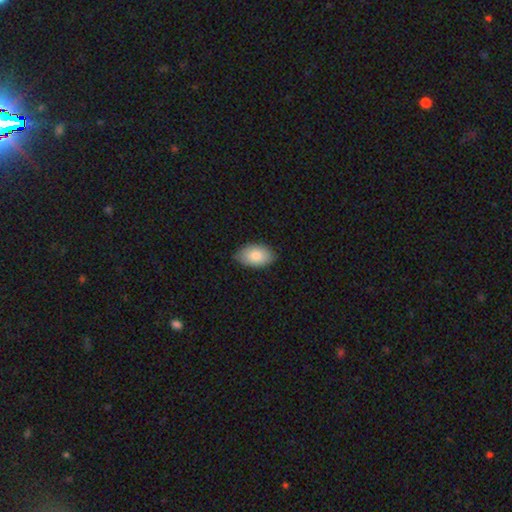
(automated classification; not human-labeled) smooth 84%, featured or disk 10%, star or artifact 6%. Down the decision tree: how rounded — in between (93%); merging — none (81%).